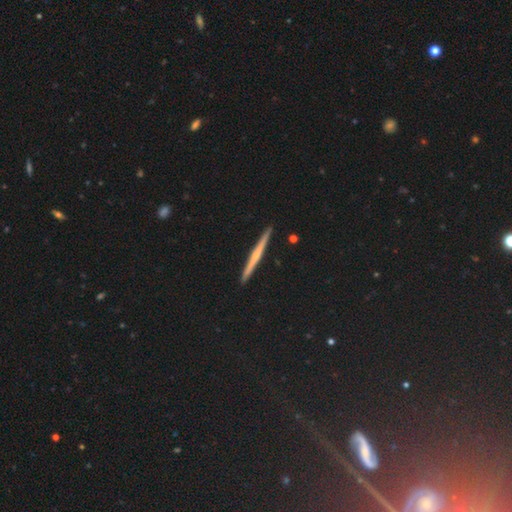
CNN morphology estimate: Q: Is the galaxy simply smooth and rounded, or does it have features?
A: featured or disk — 60%.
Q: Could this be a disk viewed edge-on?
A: yes — 98%.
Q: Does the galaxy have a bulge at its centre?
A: none — 56%.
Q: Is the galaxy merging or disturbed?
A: none — 93%.